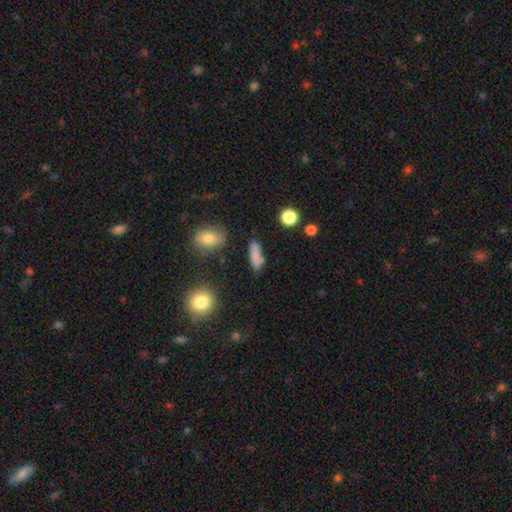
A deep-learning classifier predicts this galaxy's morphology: Q: Smooth or featured?
A: smooth (76%); runner-up: featured or disk (12%)
Q: How rounded?
A: in between (51%); runner-up: cigar-shaped (43%)
Q: Merging?
A: none (67%); runner-up: minor disturbance (18%)